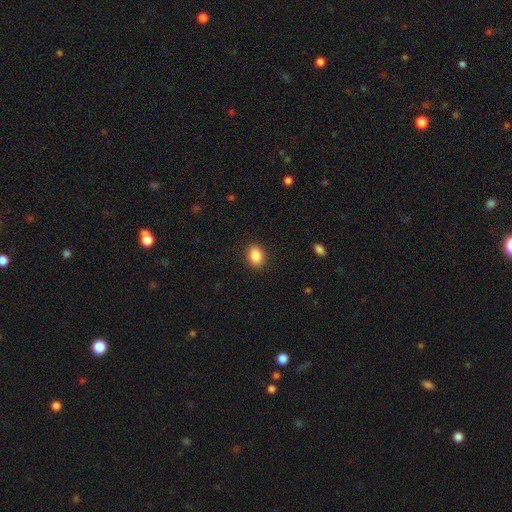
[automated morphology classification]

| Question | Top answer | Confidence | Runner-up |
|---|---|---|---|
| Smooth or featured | smooth | 87% | star or artifact (8%) |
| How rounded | in between | 74% | round (25%) |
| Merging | none | 89% | minor disturbance (8%) |